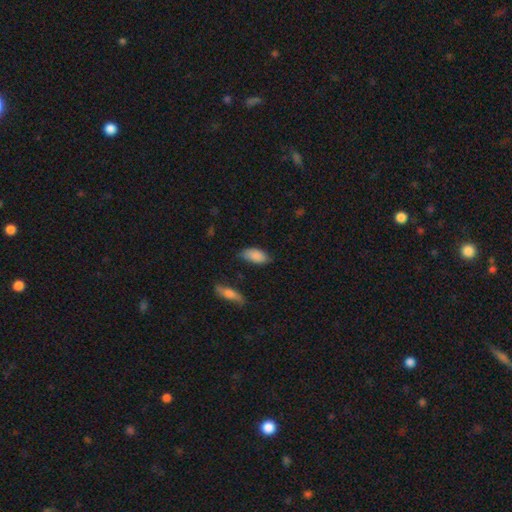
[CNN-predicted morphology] A smooth galaxy with no disk features (86%) that is in between round and cigar-shaped (91%).

Vote fractions:
- Smooth or featured? smooth: 86% / featured or disk: 7% / star or artifact: 7%
- How rounded? in between: 91% / cigar-shaped: 6% / round: 3%
- Merging? none: 69% / minor disturbance: 23% / major disturbance: 5% / merger: 3%